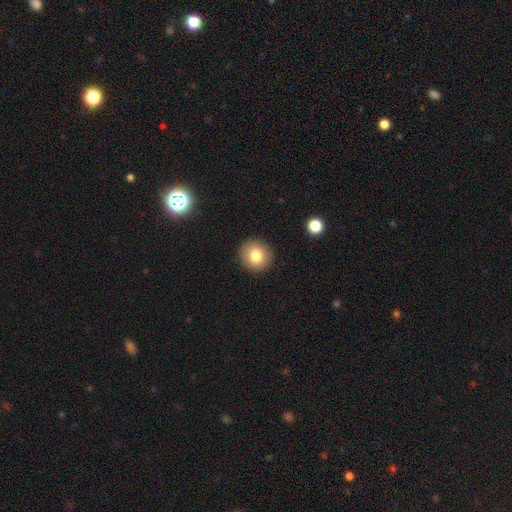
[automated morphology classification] A smooth galaxy with no disk features (82%) that is round (92%). Merging: none (92%).